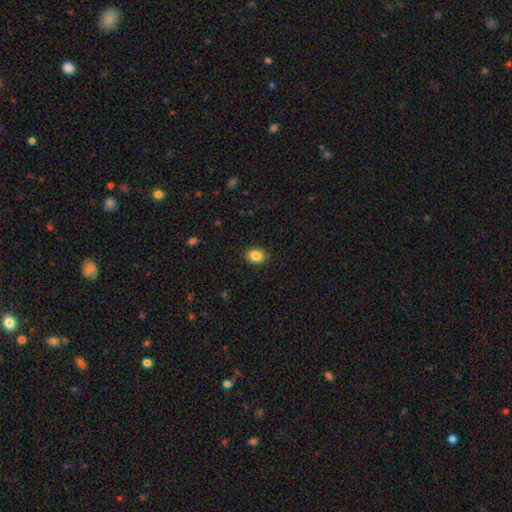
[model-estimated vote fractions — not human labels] Smooth or featured?
  - smooth: 86% *
  - star or artifact: 9%
  - featured or disk: 5%
How rounded?
  - in between: 56% *
  - round: 43%
  - cigar-shaped: 1%
Merging?
  - none: 90% *
  - minor disturbance: 7%
  - major disturbance: 2%
  - merger: 1%